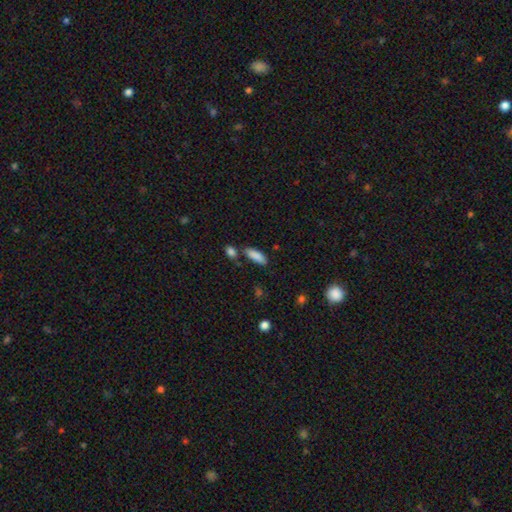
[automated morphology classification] smooth_or_featured: smooth (p=0.87) [alt: star or artifact p=0.07]
how_rounded: in between (p=0.66) [alt: cigar-shaped p=0.32]
merging: none (p=0.70) [alt: minor disturbance p=0.13]